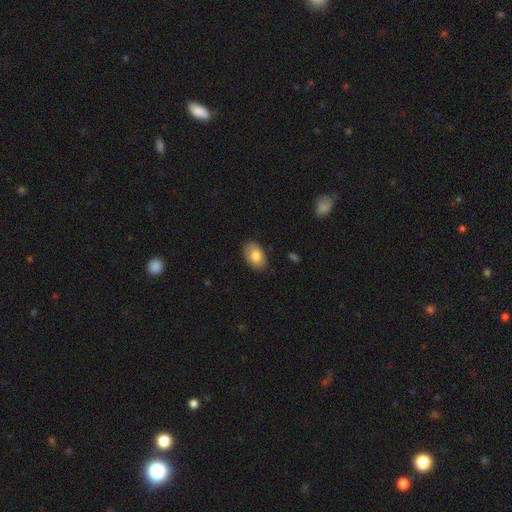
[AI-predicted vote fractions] smooth 81%, featured or disk 13%, star or artifact 7%. Down the decision tree: how rounded — in between (91%); merging — none (85%).